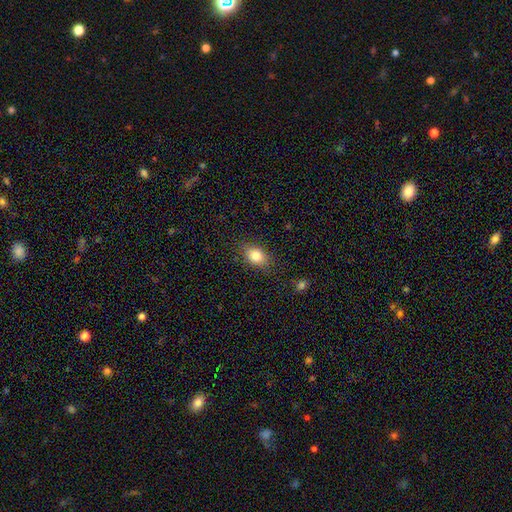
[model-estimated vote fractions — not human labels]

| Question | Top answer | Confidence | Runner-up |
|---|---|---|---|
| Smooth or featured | smooth | 81% | star or artifact (9%) |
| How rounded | in between | 74% | round (24%) |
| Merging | none | 84% | minor disturbance (12%) |